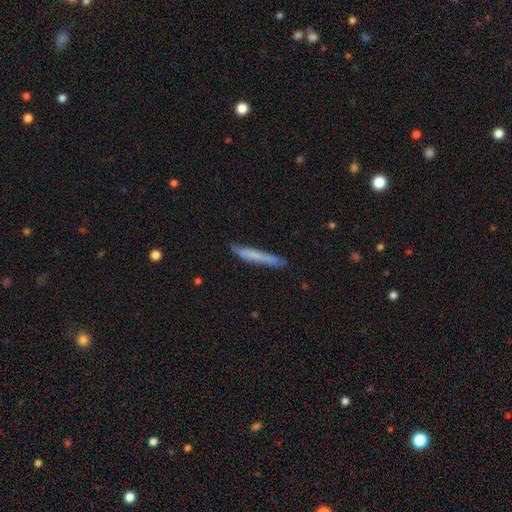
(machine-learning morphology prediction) type=smooth (64%); roundness=cigar-shaped (96%); merging=none (81%).